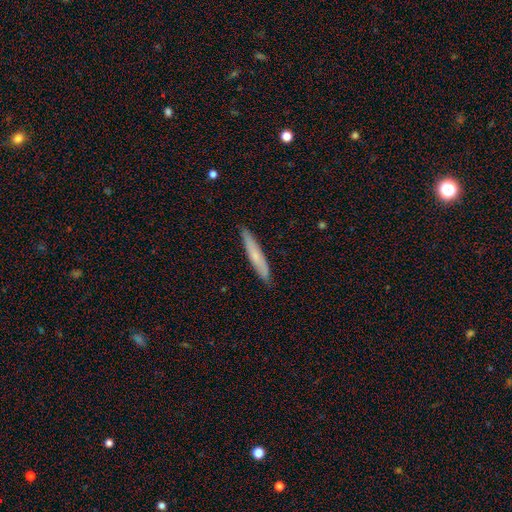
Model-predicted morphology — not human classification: Smooth or featured?
  - smooth: 61% *
  - featured or disk: 33%
  - star or artifact: 6%
How rounded?
  - cigar-shaped: 94% *
  - in between: 5%
  - round: 1%
Merging?
  - none: 89% *
  - minor disturbance: 8%
  - major disturbance: 1%
  - merger: 1%